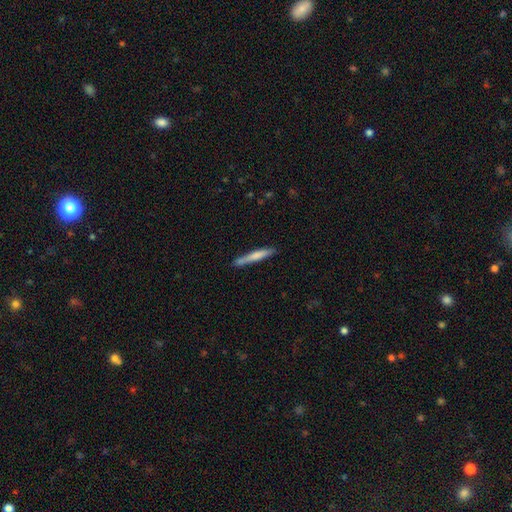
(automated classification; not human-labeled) Smooth or featured? Predicted: smooth (p=0.67). How rounded? Predicted: cigar-shaped (p=0.94). Merging? Predicted: none (p=0.75).